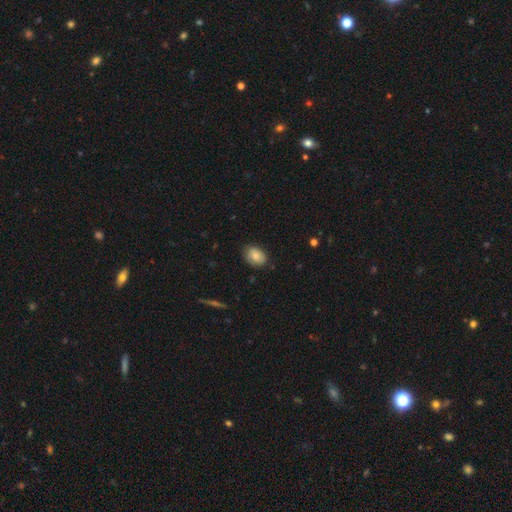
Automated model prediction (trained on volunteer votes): Overall: smooth (83%). How rounded: in between (78%). Merging: none (78%).